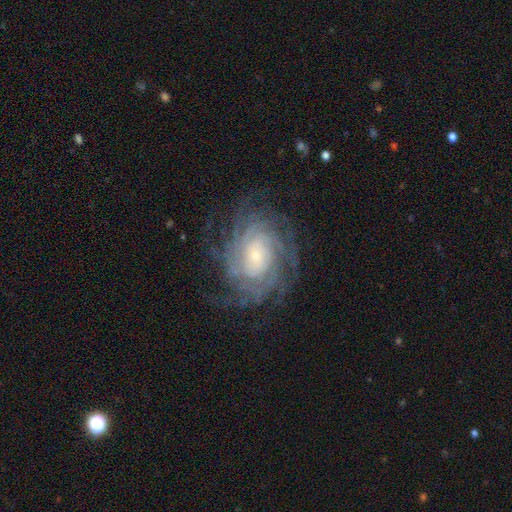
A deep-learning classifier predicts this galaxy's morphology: type=featured or disk (86%); edge-on=no (97%); bar=no (73%); spiral arms=yes (97%); winding=tight (75%); arm count=can't tell (31%); bulge=small (73%); merging=none (76%).